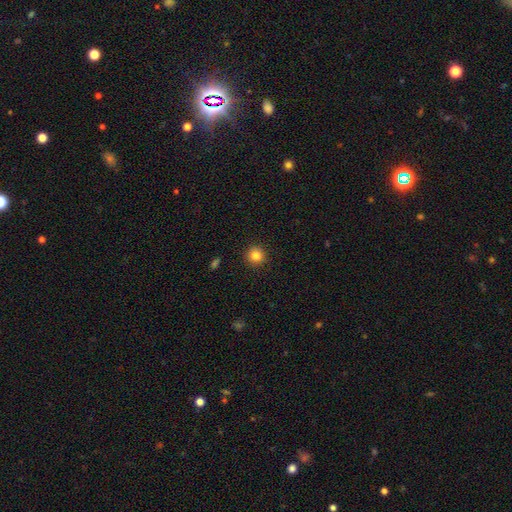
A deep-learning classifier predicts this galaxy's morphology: Smooth or featured?
  - smooth: 84% *
  - star or artifact: 11%
  - featured or disk: 5%
How rounded?
  - round: 93% *
  - in between: 6%
  - cigar-shaped: 1%
Merging?
  - none: 91% *
  - minor disturbance: 6%
  - major disturbance: 2%
  - merger: 1%